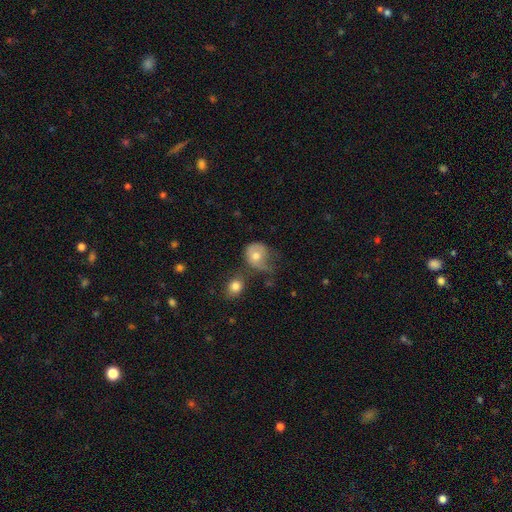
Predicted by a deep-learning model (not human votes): Overall: smooth (67%). How rounded: round (63%; in between 36%). Merging: major disturbance (32%; minor disturbance 31%).